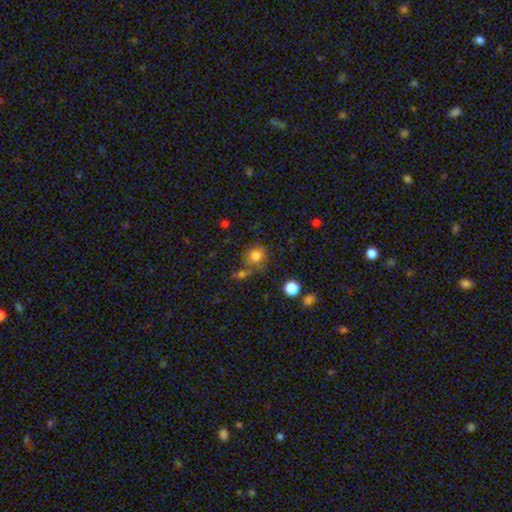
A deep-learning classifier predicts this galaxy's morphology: Smooth or featured: smooth — 77% (star or artifact — 14%)
How rounded: round — 78% (in between — 21%)
Merging: none — 60% (minor disturbance — 16%)